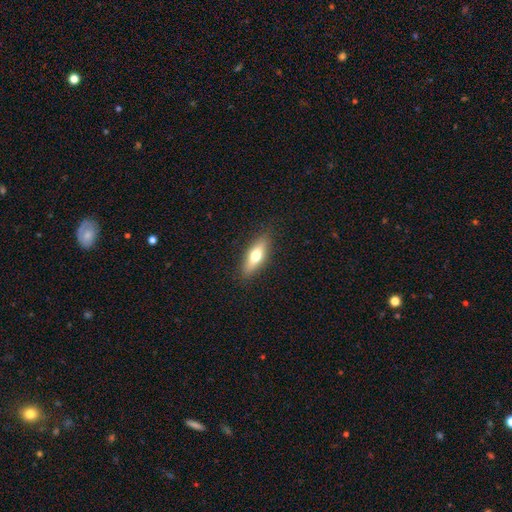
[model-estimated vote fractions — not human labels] Smooth or featured? smooth (60%)
How rounded? in between (49%)
Merging? none (88%)